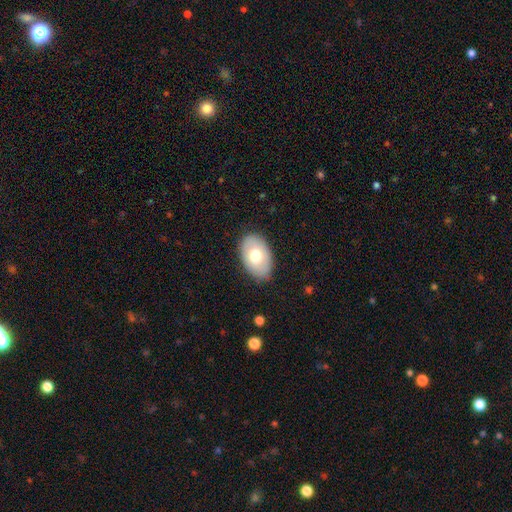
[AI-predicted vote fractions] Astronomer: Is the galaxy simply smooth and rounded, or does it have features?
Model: smooth — 71%.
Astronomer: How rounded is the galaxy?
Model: in between — 91%.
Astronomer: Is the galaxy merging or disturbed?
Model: none — 84%.